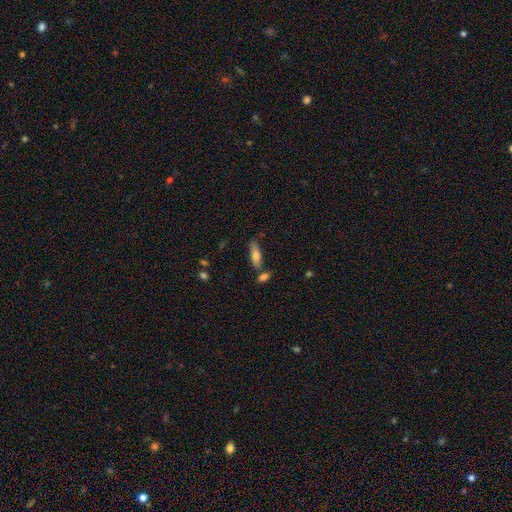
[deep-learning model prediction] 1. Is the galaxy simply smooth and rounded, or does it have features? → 75% smooth, 18% featured or disk, 7% star or artifact.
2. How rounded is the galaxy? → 54% in between, 44% cigar-shaped, 2% round.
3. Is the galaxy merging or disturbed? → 66% none, 16% merger, 15% minor disturbance, 4% major disturbance.